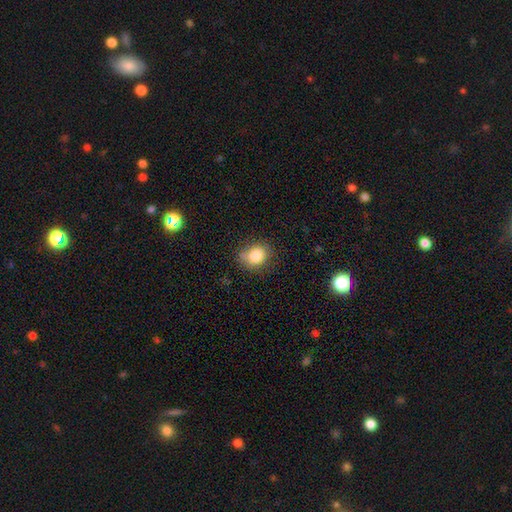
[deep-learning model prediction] This appears to be a smooth galaxy with no disk features (84%) that is round (53%). Merging: none (71%).